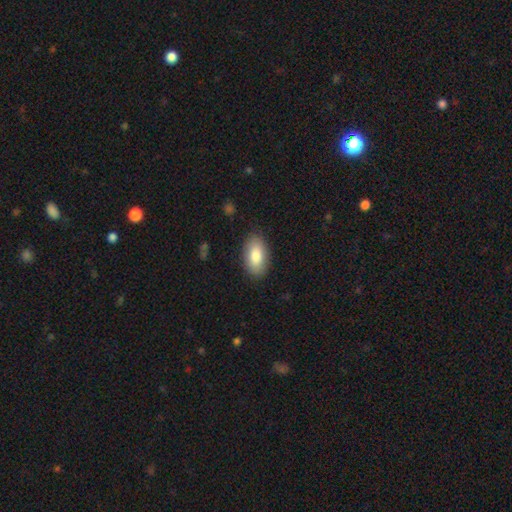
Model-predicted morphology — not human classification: Smooth or featured? Predicted: smooth (p=0.84). How rounded? Predicted: in between (p=0.93). Merging? Predicted: none (p=0.86).